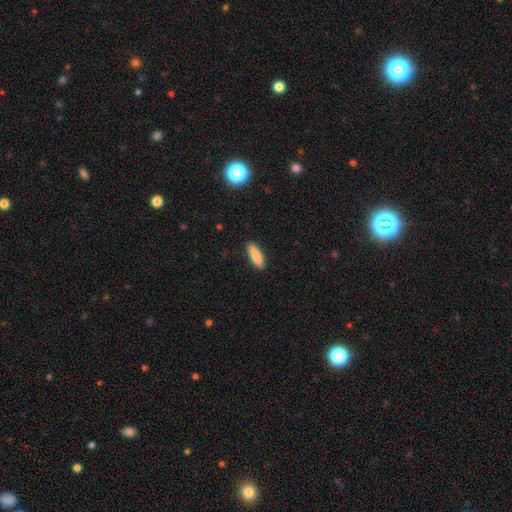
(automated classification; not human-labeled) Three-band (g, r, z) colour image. It shows a smooth galaxy with no disk features (86%) that is in between round and cigar-shaped (56%). Merging: none (89%).